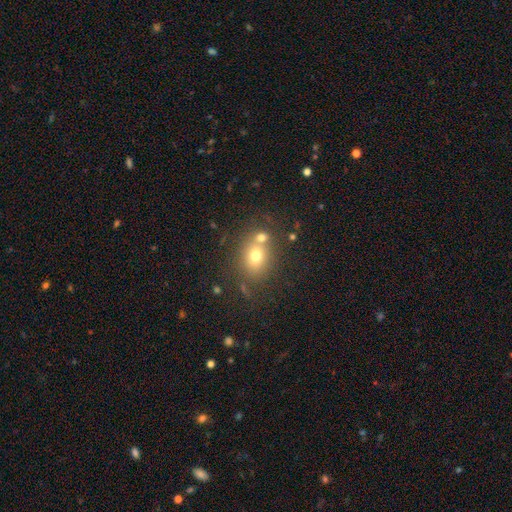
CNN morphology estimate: A smooth galaxy with no disk features (70%) that is round (55%).

Vote fractions:
- Smooth or featured? smooth: 70% / featured or disk: 16% / star or artifact: 14%
- How rounded? round: 55% / in between: 43% / cigar-shaped: 1%
- Merging? none: 56% / merger: 29% / minor disturbance: 11% / major disturbance: 5%